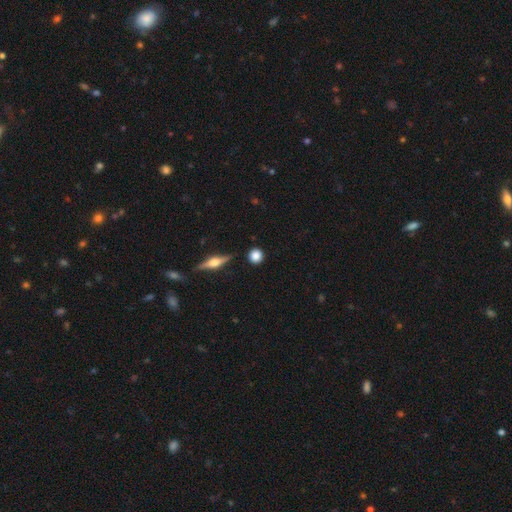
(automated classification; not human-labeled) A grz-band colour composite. It shows a smooth galaxy with no disk features (82%) that is round (92%). Merging: none (88%).